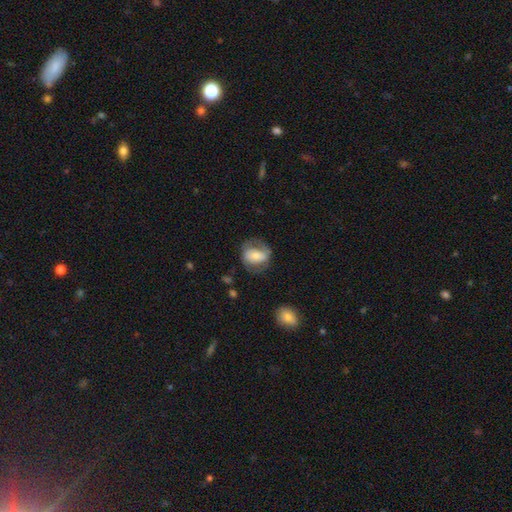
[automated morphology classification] smooth 51%, featured or disk 43%, star or artifact 7%. Down the decision tree: how rounded — in between (55%); merging — none (59%).